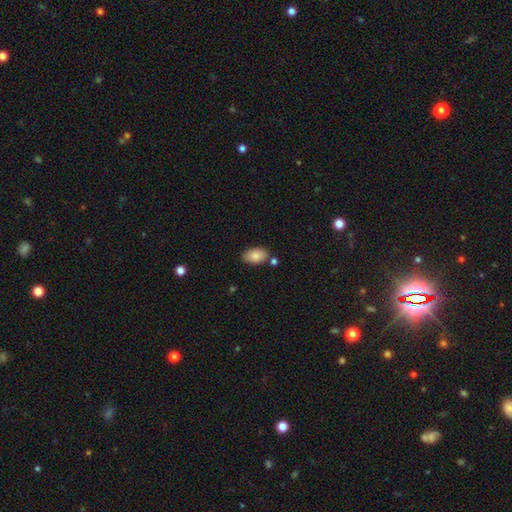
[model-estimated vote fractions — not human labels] smooth 86%, star or artifact 7%, featured or disk 7%. Down the decision tree: how rounded — in between (93%); merging — none (77%).